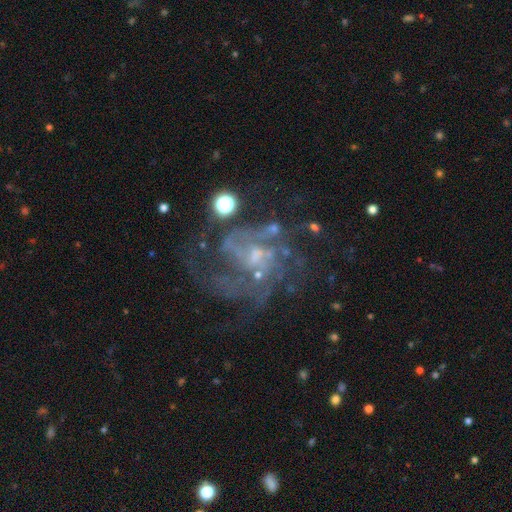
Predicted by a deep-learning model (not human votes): The model was most divided on "spiral arm count": can't tell: 33%, 3: 22%, 2: 17%, 4: 14%, more than 4: 7%, 1: 7%. Remaining: edge-on disk — no (98%); spiral arms — yes (88%); smooth or featured — featured or disk (81%); bulge size — small (57%); bar — no (55%); merging — none (52%); spiral winding — medium (47%).